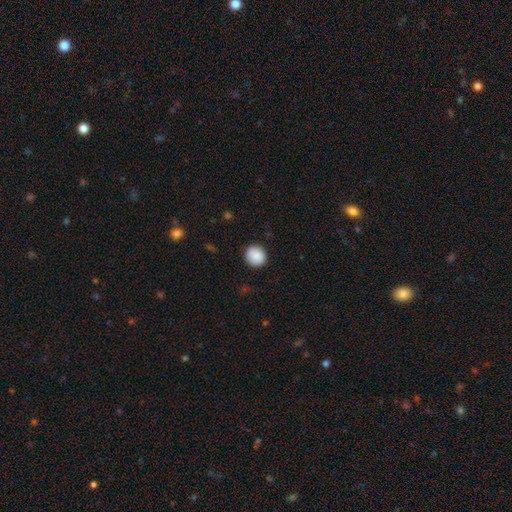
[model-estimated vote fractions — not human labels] A smooth galaxy with no disk features (89%) that is round (89%). Merging: none (90%).